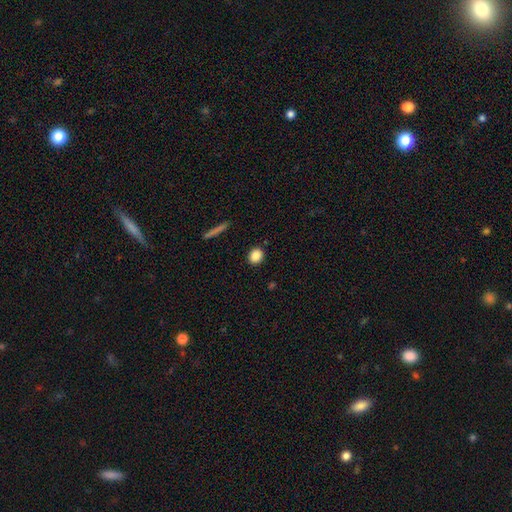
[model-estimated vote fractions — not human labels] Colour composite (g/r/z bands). It shows a smooth galaxy with no disk features (87%) that is round (69%). Merging: none (90%).